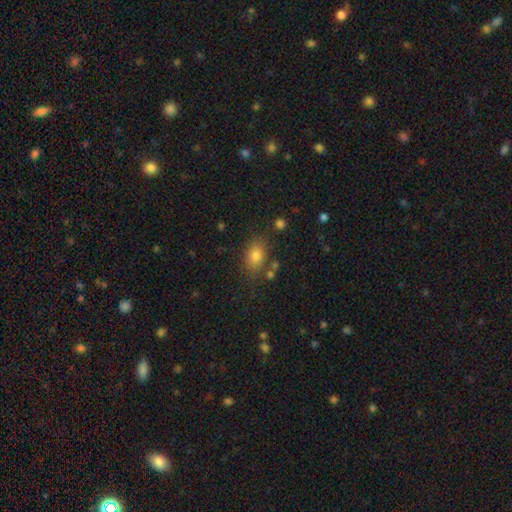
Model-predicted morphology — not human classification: A smooth galaxy with no disk features (78%) that is in between round and cigar-shaped (78%).

Vote fractions:
- Smooth or featured? smooth: 78% / star or artifact: 12% / featured or disk: 10%
- How rounded? in between: 78% / round: 20% / cigar-shaped: 2%
- Merging? none: 75% / minor disturbance: 14% / merger: 6% / major disturbance: 4%